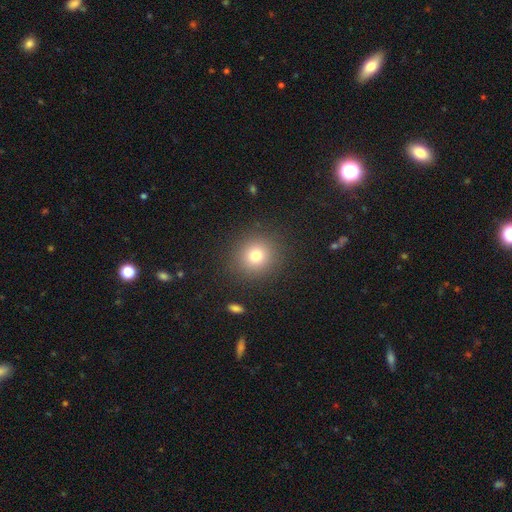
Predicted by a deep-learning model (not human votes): Smooth or featured?
  - smooth: 76% *
  - star or artifact: 14%
  - featured or disk: 9%
How rounded?
  - round: 90% *
  - in between: 9%
  - cigar-shaped: 1%
Merging?
  - none: 89% *
  - minor disturbance: 7%
  - major disturbance: 3%
  - merger: 1%